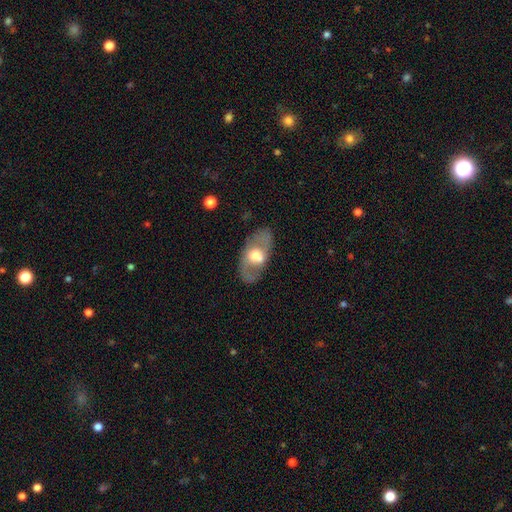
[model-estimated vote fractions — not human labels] The model was most divided on "spiral arms": no: 58%, yes: 42%. More confident: edge-on disk — no (88%); merging — none (77%); bulge size — moderate (64%); smooth or featured — featured or disk (58%); bar — no (50%).